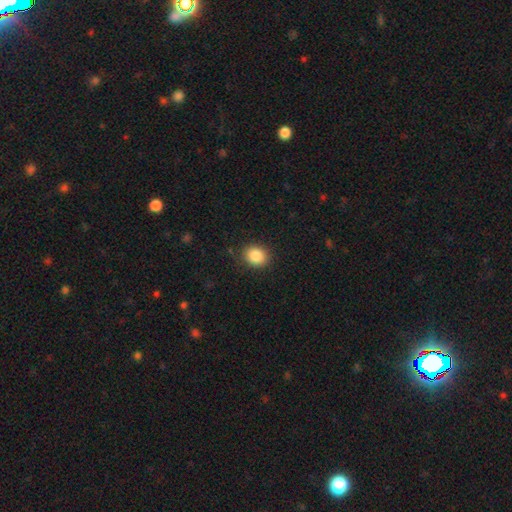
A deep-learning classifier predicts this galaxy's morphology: A smooth galaxy with no disk features (87%) that is round (61%). Merging: none (88%).